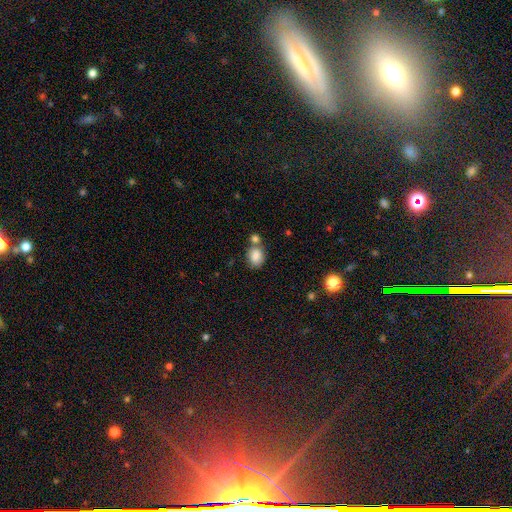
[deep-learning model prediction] Smooth or featured: smooth — 85% (star or artifact — 8%)
How rounded: in between — 55% (round — 44%)
Merging: none — 52% (merger — 30%)